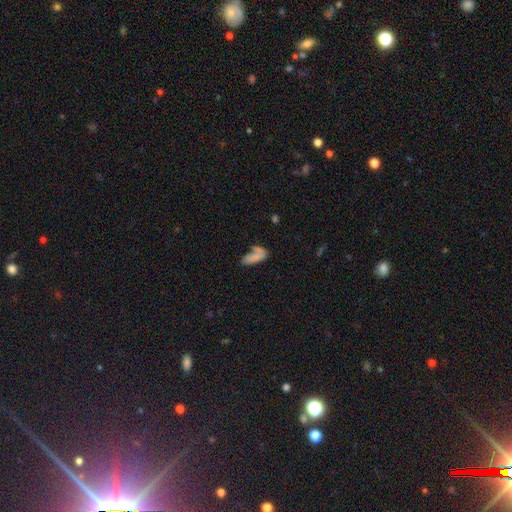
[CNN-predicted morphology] smooth 72%, featured or disk 17%, star or artifact 11%. Down the decision tree: how rounded — in between (70%); merging — none (40%).